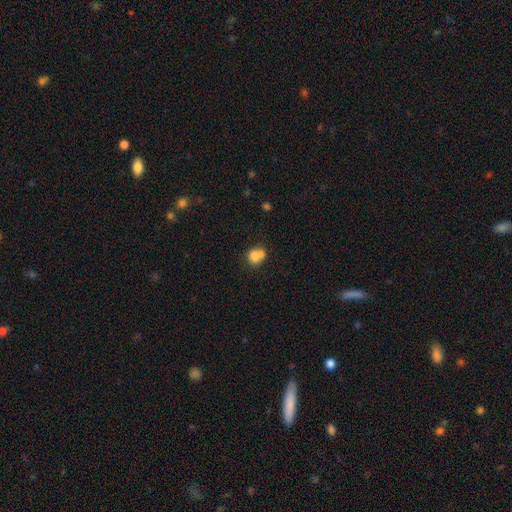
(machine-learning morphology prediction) Overall: smooth (74%). How rounded: round (63%; in between 36%). Merging: merger (53%; none 32%).